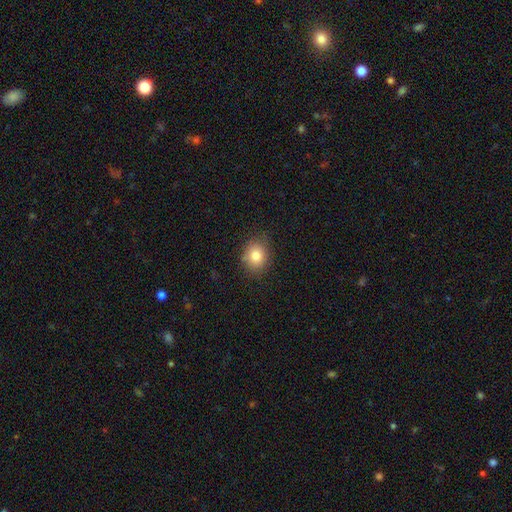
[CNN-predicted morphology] A smooth galaxy with no disk features (81%) that is round (64%). Merging: none (80%).